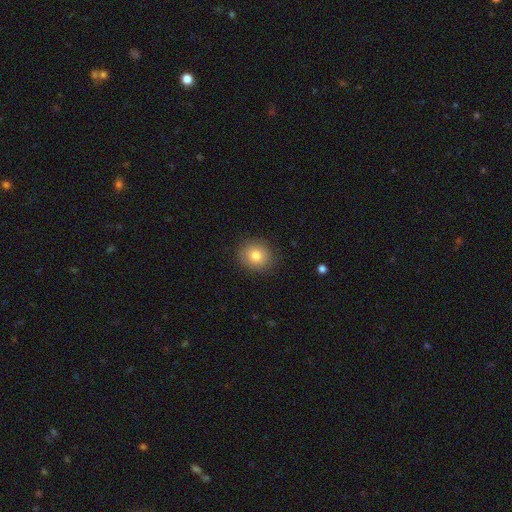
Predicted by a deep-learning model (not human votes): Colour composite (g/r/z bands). It shows a smooth galaxy with no disk features (80%) that is round (77%). Merging: none (87%).